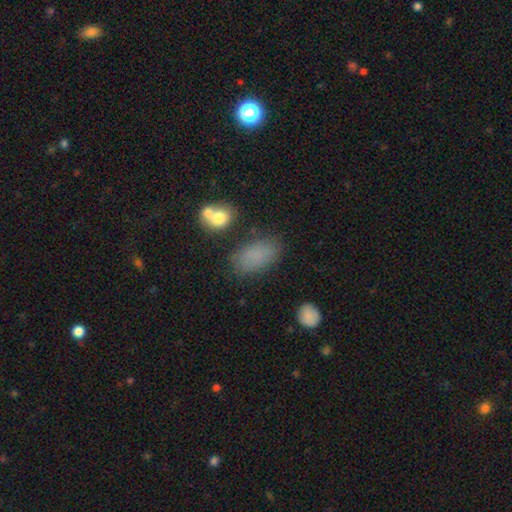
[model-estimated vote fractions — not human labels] Smooth or featured? smooth (79%)
How rounded? in between (91%)
Merging? none (72%)